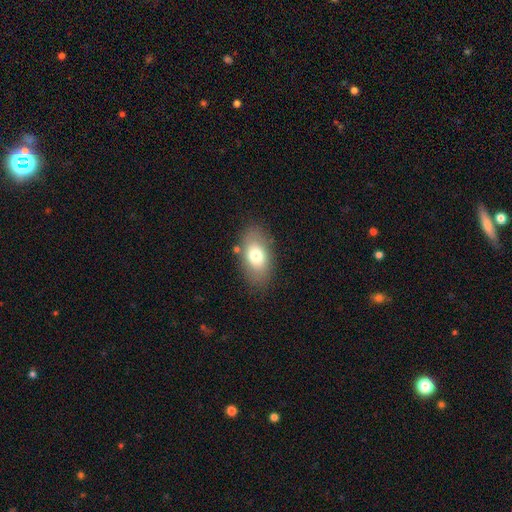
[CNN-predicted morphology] Q: Smooth or featured?
A: smooth (74%); runner-up: featured or disk (17%)
Q: How rounded?
A: in between (89%); runner-up: round (9%)
Q: Merging?
A: none (80%); runner-up: minor disturbance (13%)